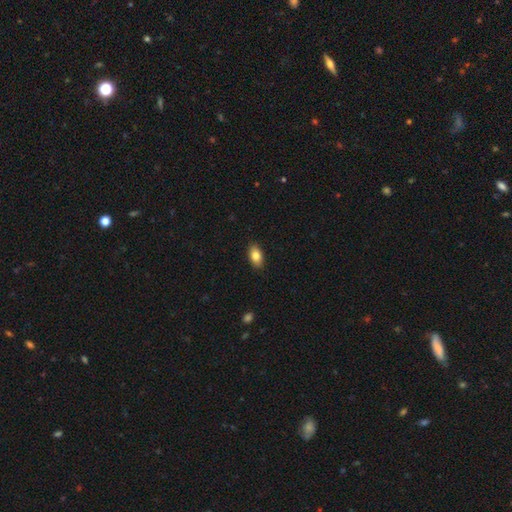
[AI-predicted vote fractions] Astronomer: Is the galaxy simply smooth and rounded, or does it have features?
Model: smooth — 82%.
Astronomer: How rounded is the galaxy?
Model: in between — 91%.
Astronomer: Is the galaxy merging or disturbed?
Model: none — 89%.